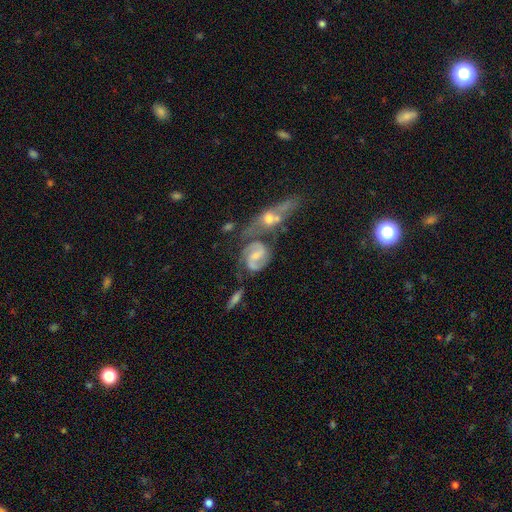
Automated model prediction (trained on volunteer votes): A featured or disk galaxy (83%) with a weak bar (49%), 2 (90%) medium (55%) spiral arms (95%) and a small central bulge (50%).

Vote fractions:
- Smooth or featured? featured or disk: 83% / smooth: 12% / star or artifact: 5%
- Edge-on disk? no: 97% / yes: 3%
- Bar? weak: 49% / no: 31% / strong: 20%
- Spiral arms? yes: 95% / no: 5%
- Spiral winding? medium: 55% / tight: 25% / loose: 19%
- Spiral arm count? 2: 90% / can't tell: 4% / 1: 2% / 3: 2% / 4: 1% / more than 4: 1%
- Bulge size? small: 50% / moderate: 34% / none: 12% / large: 3% / dominant: 1%
- Merging? none: 48% / merger: 27% / minor disturbance: 16% / major disturbance: 9%